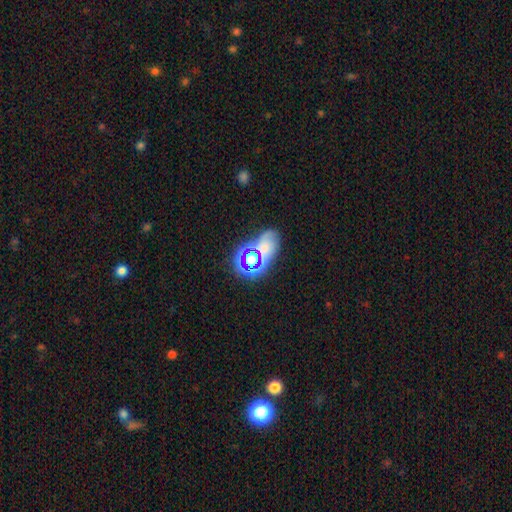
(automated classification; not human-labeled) smooth_or_featured: star or artifact (p=0.48) [alt: smooth p=0.31]